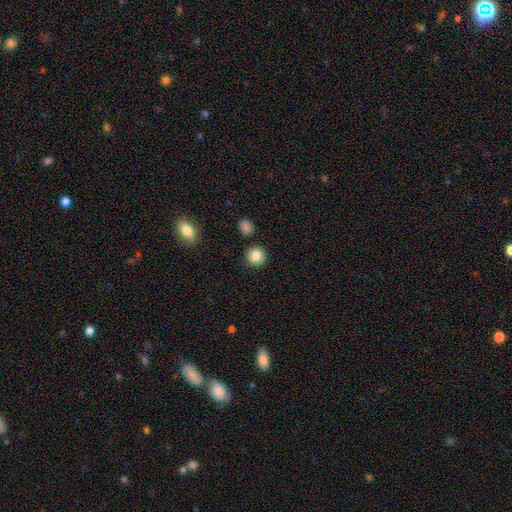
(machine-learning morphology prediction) Smooth or featured?
  - smooth: 85% *
  - star or artifact: 9%
  - featured or disk: 6%
How rounded?
  - round: 91% *
  - in between: 8%
  - cigar-shaped: 1%
Merging?
  - none: 89% *
  - minor disturbance: 6%
  - merger: 3%
  - major disturbance: 2%